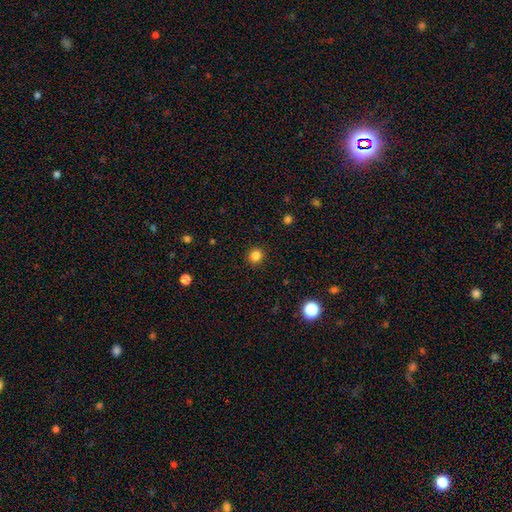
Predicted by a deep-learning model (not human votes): A smooth galaxy with no disk features (84%) that is round (89%). Merging: none (92%).